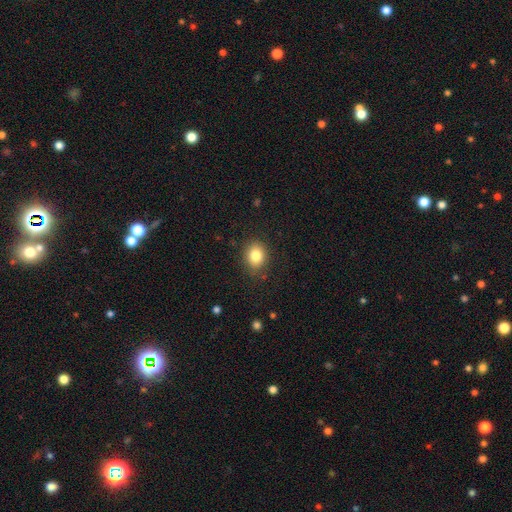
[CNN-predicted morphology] Smooth or featured? smooth (83%)
How rounded? round (56%)
Merging? none (85%)